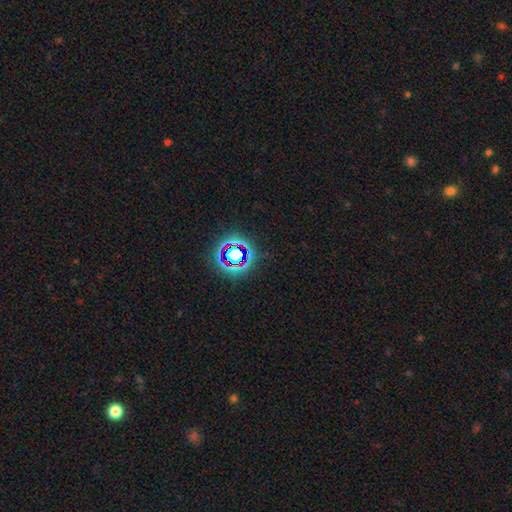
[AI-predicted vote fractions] This appears to be a star or artifact, not a galaxy (76%).